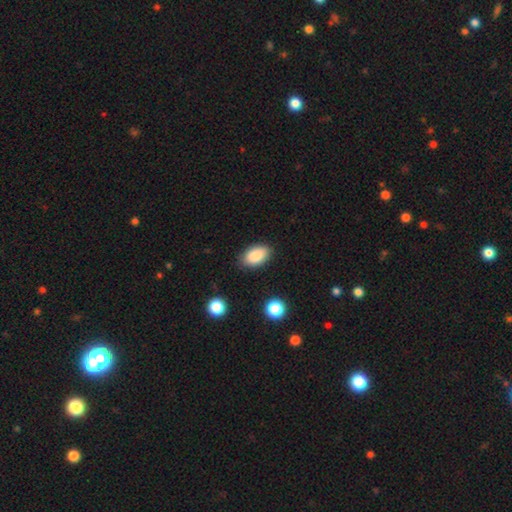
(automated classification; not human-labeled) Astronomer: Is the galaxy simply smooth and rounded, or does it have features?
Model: smooth — 88%.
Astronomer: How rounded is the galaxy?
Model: in between — 93%.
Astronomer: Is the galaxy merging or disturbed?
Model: none — 85%.